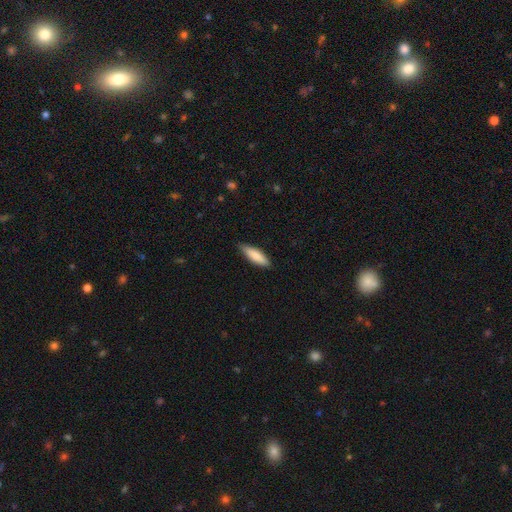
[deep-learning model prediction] A smooth galaxy with no disk features (84%) that is cigar-shaped (59%). Merging: none (83%).